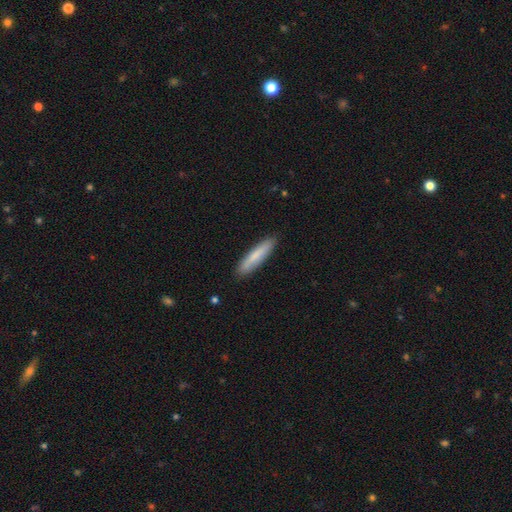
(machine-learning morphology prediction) A smooth galaxy with no disk features (78%) that is cigar-shaped (86%).

Vote fractions:
- Smooth or featured? smooth: 78% / featured or disk: 17% / star or artifact: 6%
- How rounded? cigar-shaped: 86% / in between: 13% / round: 1%
- Merging? none: 89% / minor disturbance: 8% / major disturbance: 2% / merger: 1%